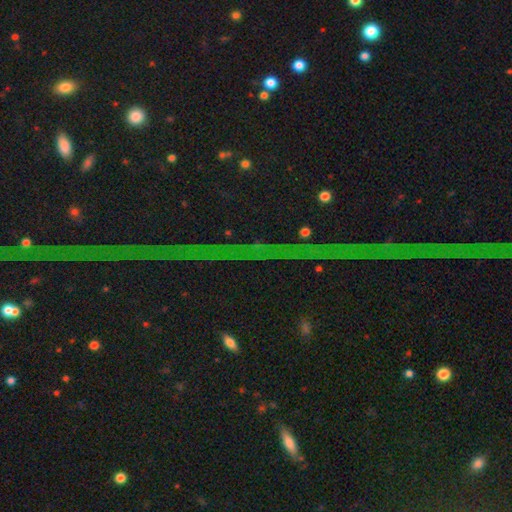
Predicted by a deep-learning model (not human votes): Smooth or featured? star or artifact (81%)